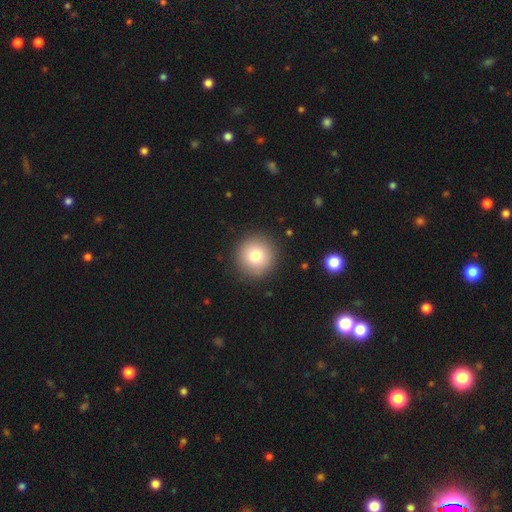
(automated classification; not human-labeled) smooth_or_featured: smooth (p=0.79) [alt: featured or disk p=0.11]
how_rounded: round (p=0.96) [alt: in between p=0.03]
merging: none (p=0.91) [alt: minor disturbance p=0.06]